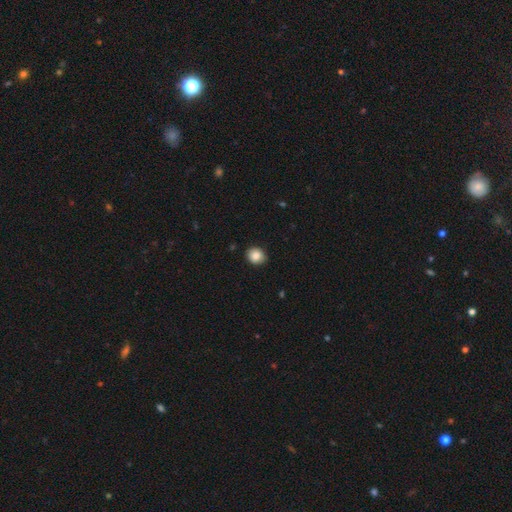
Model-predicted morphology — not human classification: This is clearly a smooth galaxy (87%). How rounded: likely round (77%). Merging: clearly none (87%).